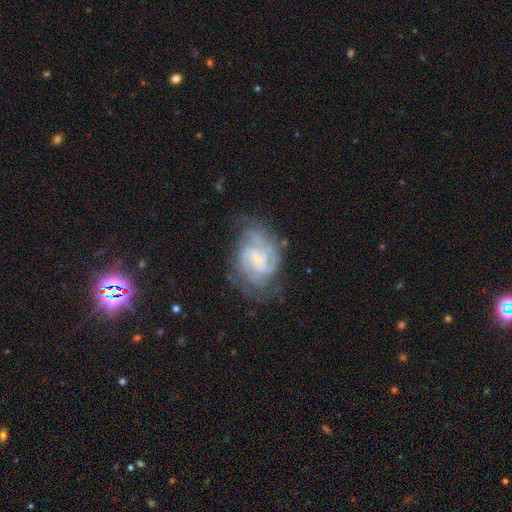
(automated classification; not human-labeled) Smooth or featured? featured or disk (77%)
Edge-on disk? no (97%)
Bar? weak (47%)
Spiral arms? yes (92%)
Spiral winding? tight (54%)
Spiral arm count? can't tell (40%)
Bulge size? small (51%)
Merging? none (67%)